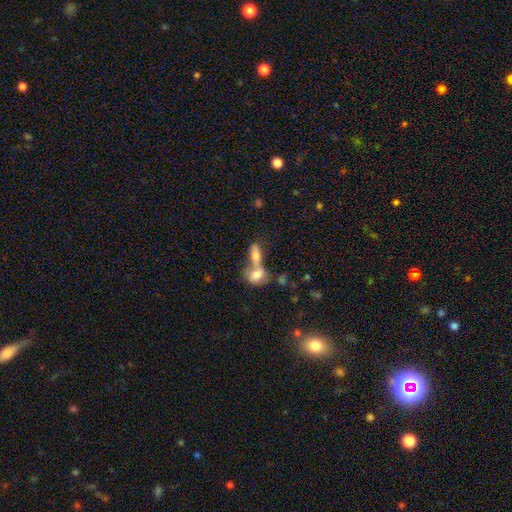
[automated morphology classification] The model was most divided on "merging": merger: 68%, none: 22%, minor disturbance: 6%, major disturbance: 4%. More confident: how rounded — in between (77%); smooth or featured — smooth (70%).